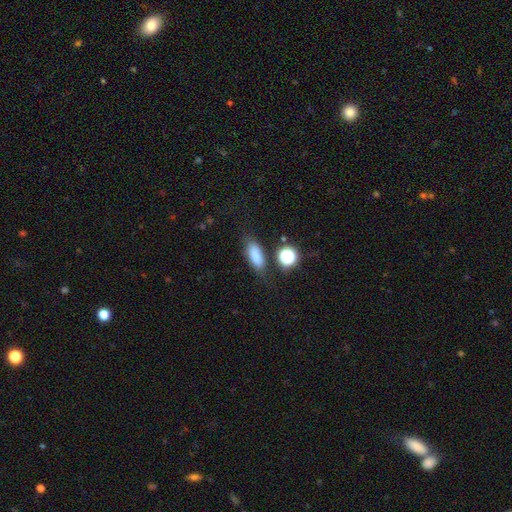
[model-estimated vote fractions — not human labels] Morphology: type=smooth (81%); roundness=in between (67%); merging=none (74%).